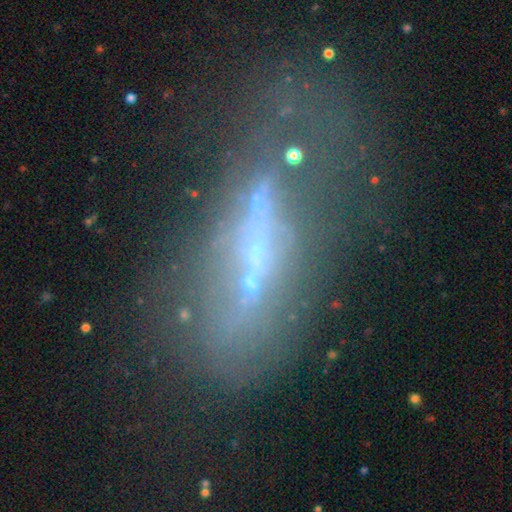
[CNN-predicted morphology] smooth_or_featured: featured or disk (p=0.57) [alt: smooth p=0.25]
disk_edge_on: no (p=0.55) [alt: yes p=0.45]
merging: major disturbance (p=0.38) [alt: none p=0.32]